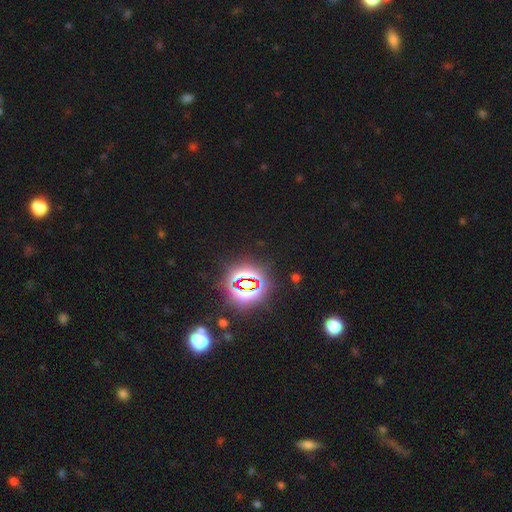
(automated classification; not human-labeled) Q: Smooth or featured?
A: star or artifact (81%); runner-up: smooth (12%)